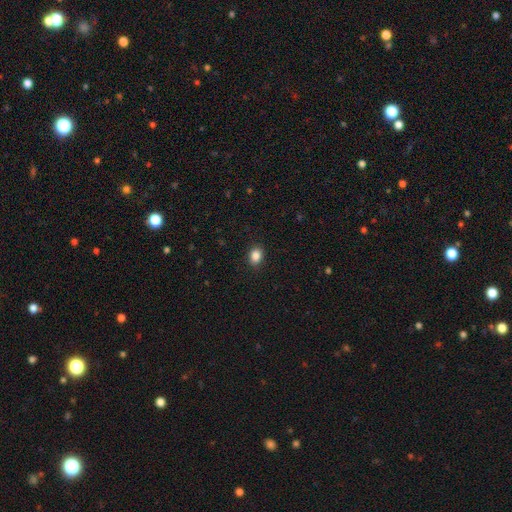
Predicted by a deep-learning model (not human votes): smooth_or_featured: smooth (p=0.86) [alt: star or artifact p=0.10]
how_rounded: in between (p=0.60) [alt: round p=0.38]
merging: none (p=0.89) [alt: minor disturbance p=0.08]